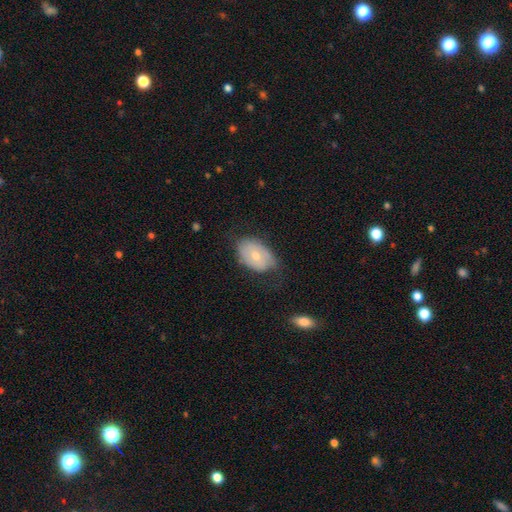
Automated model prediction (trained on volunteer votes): smooth 56%, featured or disk 37%, star or artifact 7%. Down the decision tree: how rounded — in between (86%); merging — none (59%).